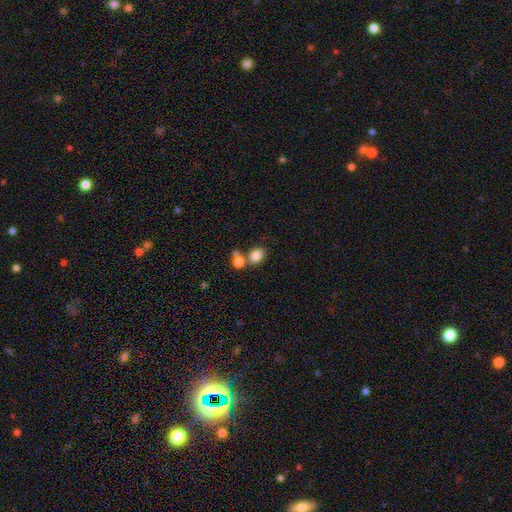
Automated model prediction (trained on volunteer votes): Smooth or featured?
  - smooth: 82% *
  - star or artifact: 10%
  - featured or disk: 8%
How rounded?
  - in between: 58% *
  - round: 41%
  - cigar-shaped: 1%
Merging?
  - none: 49% *
  - merger: 35%
  - minor disturbance: 11%
  - major disturbance: 5%